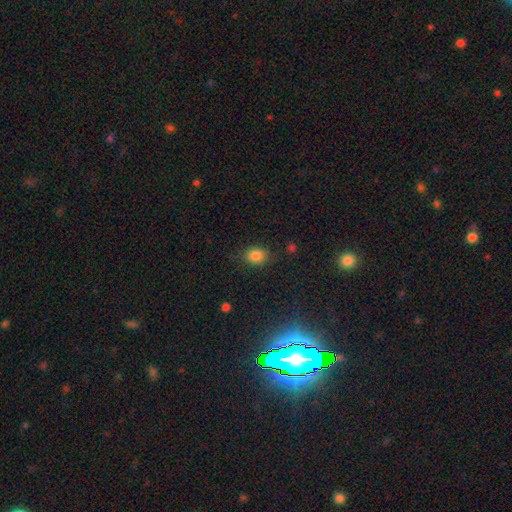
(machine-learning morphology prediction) smooth-or-featured: smooth: 84% | star or artifact: 11% | featured or disk: 5%
  how-rounded: round: 50% | in between: 49% | cigar-shaped: 1%
  merging: none: 81% | minor disturbance: 13% | major disturbance: 4% | merger: 2%